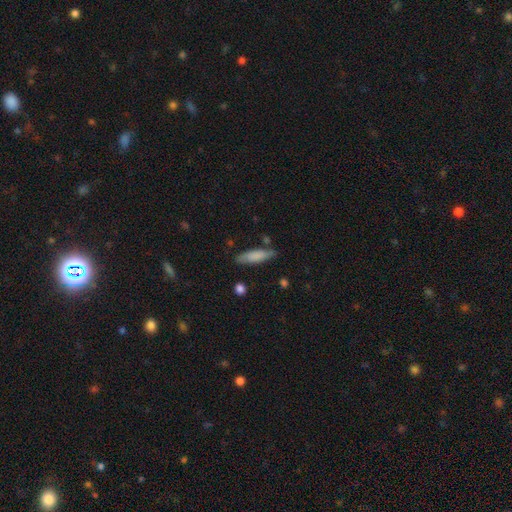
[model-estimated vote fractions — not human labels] smooth-or-featured: smooth: 78% | featured or disk: 16% | star or artifact: 6%
  how-rounded: cigar-shaped: 64% | in between: 35% | round: 2%
  merging: none: 75% | minor disturbance: 18% | merger: 4% | major disturbance: 3%